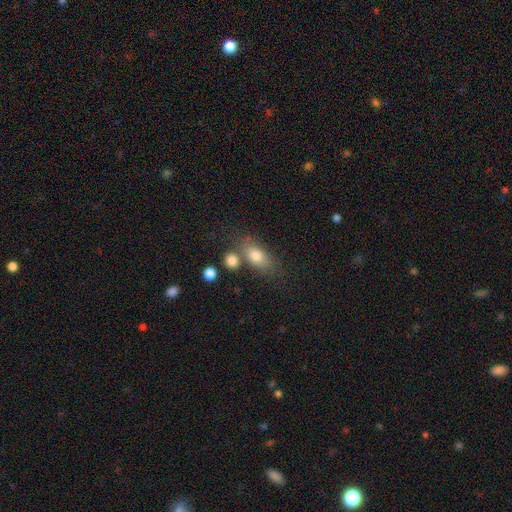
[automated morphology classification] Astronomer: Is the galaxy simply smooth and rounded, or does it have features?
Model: smooth — 77%.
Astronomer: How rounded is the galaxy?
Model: in between — 79%.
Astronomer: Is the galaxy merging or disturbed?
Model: none — 60%.